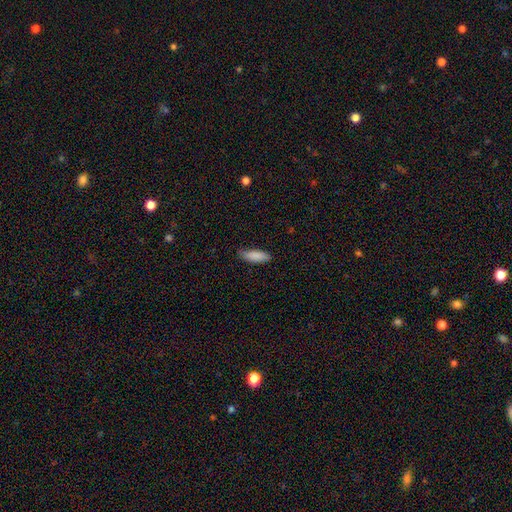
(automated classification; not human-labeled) This appears to be a smooth galaxy with no disk features (88%) that is in between round and cigar-shaped (59%). Merging: none (77%).